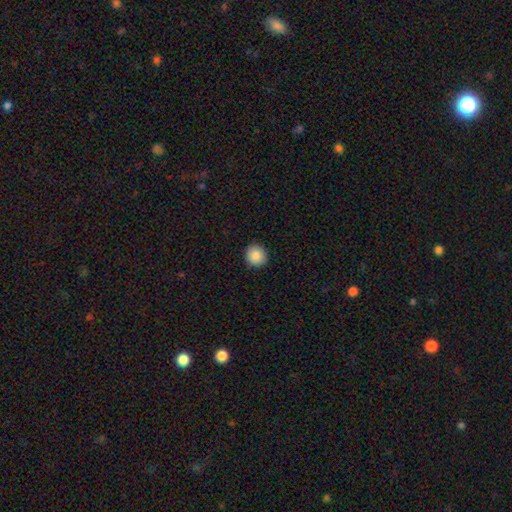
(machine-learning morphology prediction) Q: Smooth or featured?
A: smooth (88%); runner-up: star or artifact (8%)
Q: How rounded?
A: round (92%); runner-up: in between (7%)
Q: Merging?
A: none (91%); runner-up: minor disturbance (6%)